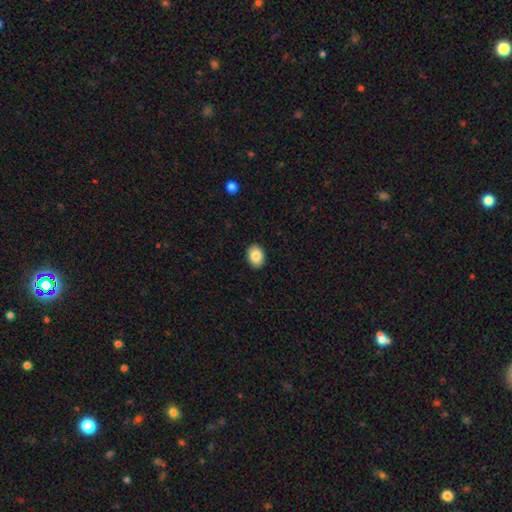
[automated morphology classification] The model was most divided on "how rounded": in between: 72%, round: 27%, cigar-shaped: 1%. More confident: merging — none (91%); smooth or featured — smooth (87%).